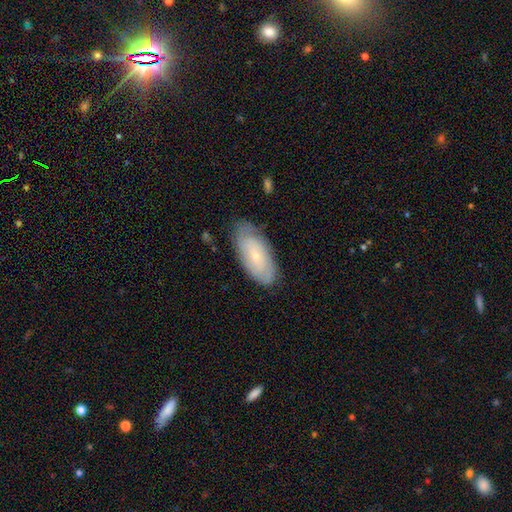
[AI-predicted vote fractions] This appears to be a featured or disk galaxy (49%). Merging: none (74%).